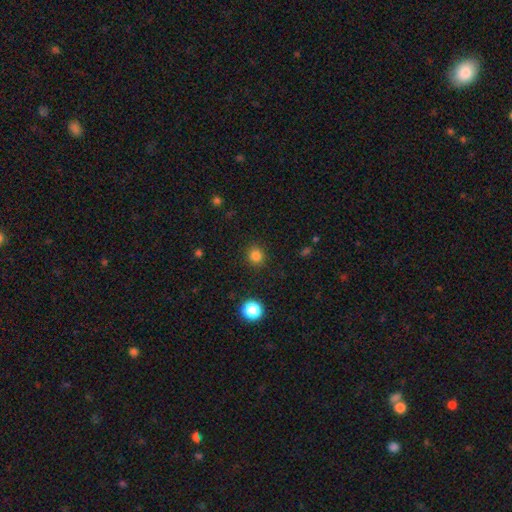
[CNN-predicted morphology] This appears to be a smooth galaxy with no disk features (82%) that is round (91%). Merging: none (90%).